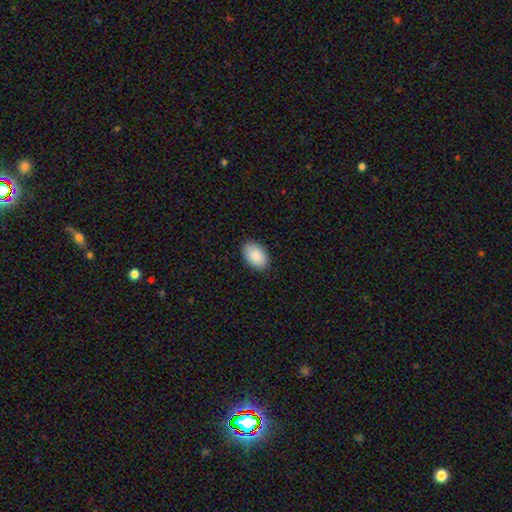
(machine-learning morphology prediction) Smooth or featured: smooth — 90% (star or artifact — 6%)
How rounded: in between — 92% (round — 7%)
Merging: none — 88% (minor disturbance — 9%)